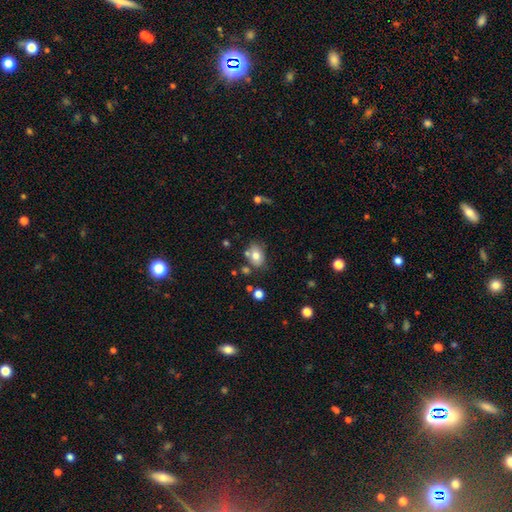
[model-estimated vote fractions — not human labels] smooth 76%, featured or disk 13%, star or artifact 10%. Down the decision tree: how rounded — in between (70%); merging — none (67%).